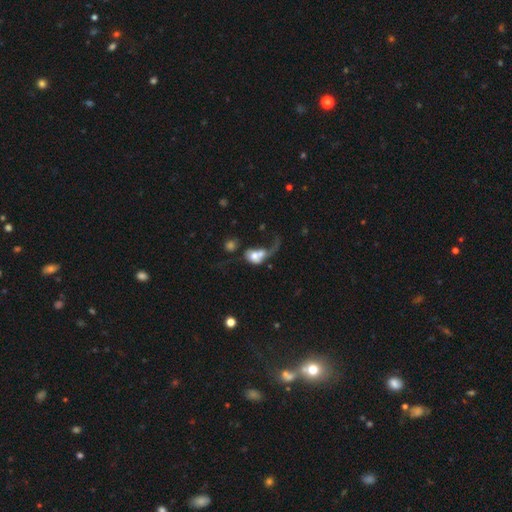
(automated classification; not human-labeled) This appears to be a smooth galaxy with no disk features (50%) that is in between round and cigar-shaped (56%). Merging: merger (46%).